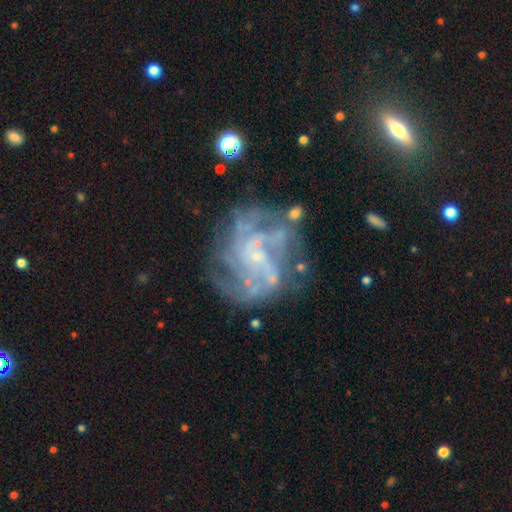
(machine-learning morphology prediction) The model was most divided on "spiral winding": medium: 43%, tight: 40%, loose: 17%. Remaining: edge-on disk — no (98%); spiral arms — yes (92%); smooth or featured — featured or disk (85%); bulge size — small (70%); merging — none (62%); bar — no (60%); spiral arm count — can't tell (30%).